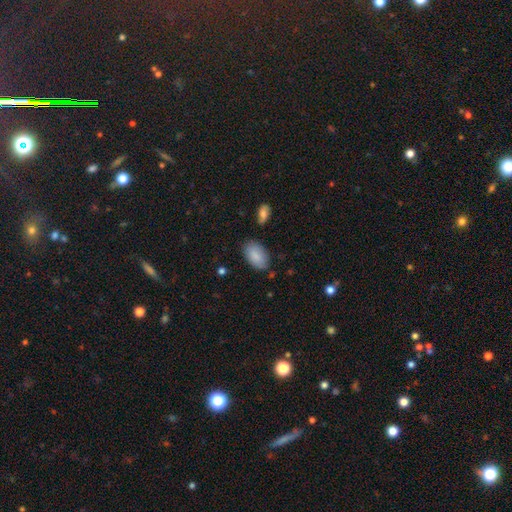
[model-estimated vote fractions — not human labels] This appears to be a smooth galaxy with no disk features (86%) that is in between round and cigar-shaped (94%). Merging: none (79%).